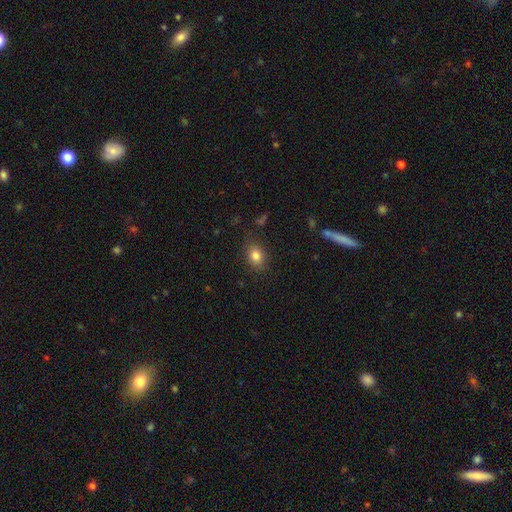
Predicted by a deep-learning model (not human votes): This appears to be a smooth galaxy with no disk features (83%) that is in between round and cigar-shaped (64%). Merging: none (83%).